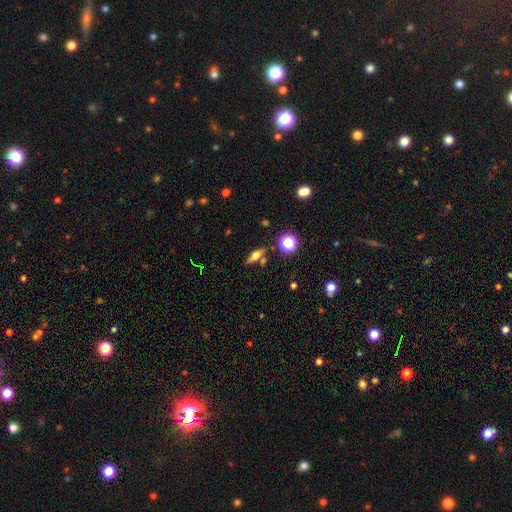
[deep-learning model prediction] Q: Smooth or featured?
A: featured or disk (44%); tied with: smooth (44%)
Q: Merging?
A: none (76%); runner-up: minor disturbance (11%)